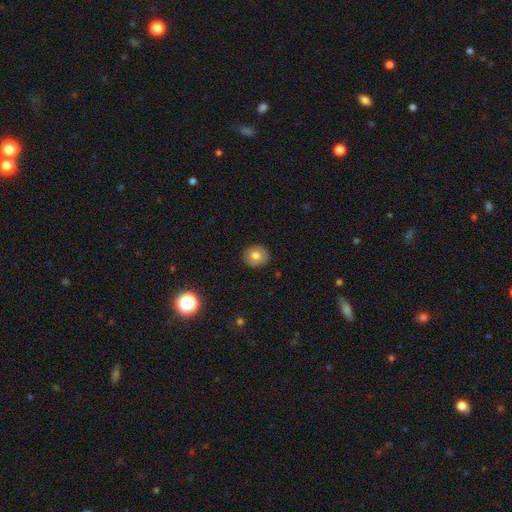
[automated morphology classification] Smooth or featured?
  - smooth: 75% *
  - featured or disk: 15%
  - star or artifact: 10%
How rounded?
  - round: 81% *
  - in between: 18%
  - cigar-shaped: 1%
Merging?
  - none: 89% *
  - minor disturbance: 8%
  - major disturbance: 2%
  - merger: 1%